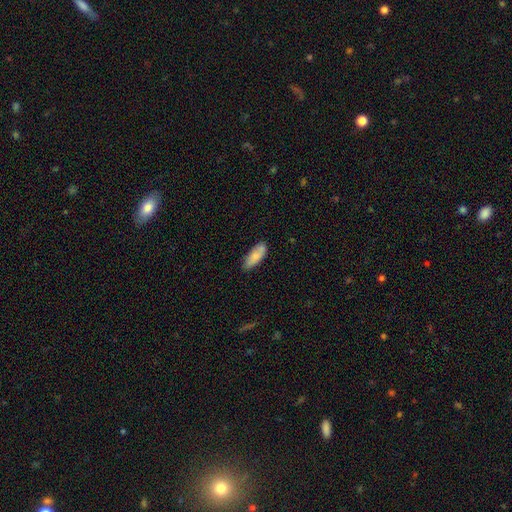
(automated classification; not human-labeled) Smooth or featured? Predicted: smooth (p=0.82). How rounded? Predicted: in between (p=0.71). Merging? Predicted: none (p=0.72).